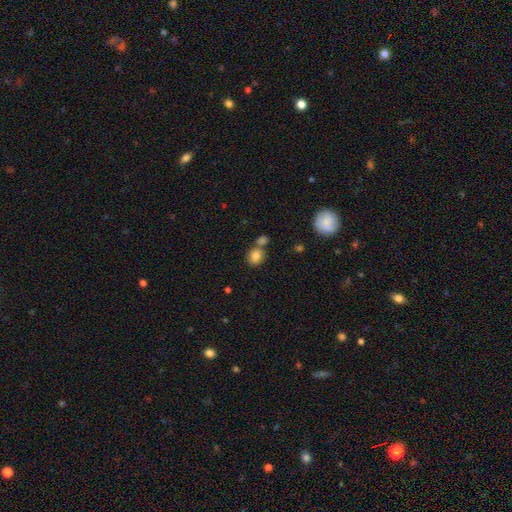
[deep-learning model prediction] smooth-or-featured: smooth: 83% | star or artifact: 10% | featured or disk: 7%
  how-rounded: round: 69% | in between: 30% | cigar-shaped: 1%
  merging: none: 60% | merger: 26% | minor disturbance: 10% | major disturbance: 3%